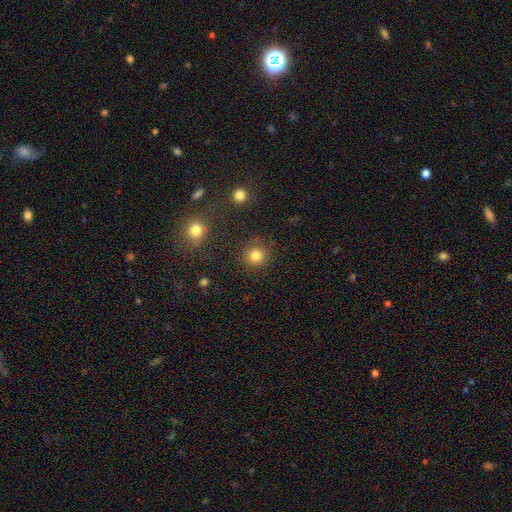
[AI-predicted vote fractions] Smooth or featured?
  - smooth: 83% *
  - star or artifact: 12%
  - featured or disk: 4%
How rounded?
  - round: 92% *
  - in between: 7%
  - cigar-shaped: 1%
Merging?
  - none: 86% *
  - minor disturbance: 8%
  - major disturbance: 3%
  - merger: 3%